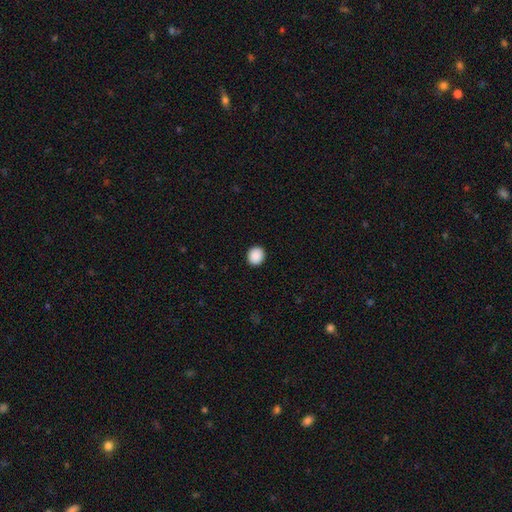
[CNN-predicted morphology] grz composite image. It shows a smooth galaxy with no disk features (90%) that is round (80%). Merging: none (92%).